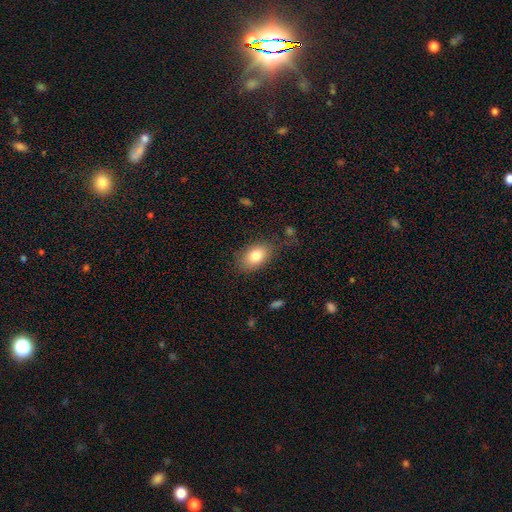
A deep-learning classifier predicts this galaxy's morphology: Smooth or featured: smooth — 81% (featured or disk — 11%)
How rounded: in between — 85% (round — 13%)
Merging: none — 76% (minor disturbance — 16%)